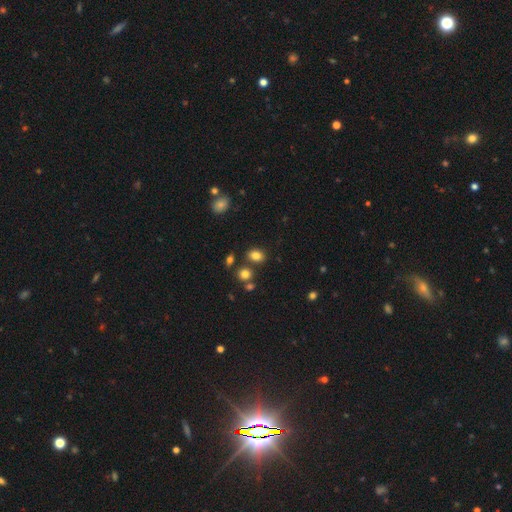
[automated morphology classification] This appears to be a smooth galaxy with no disk features (83%) that is in between round and cigar-shaped (68%). Merging: none (77%).